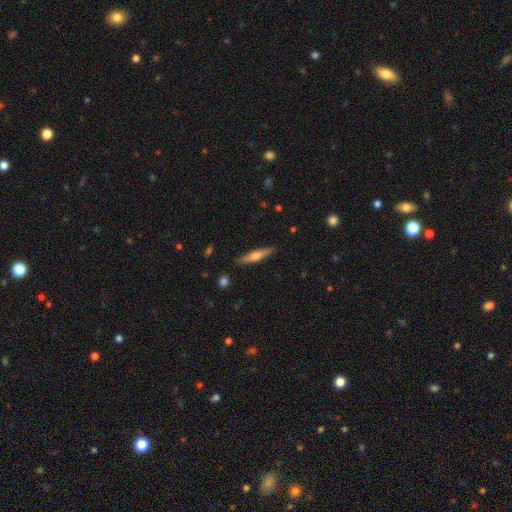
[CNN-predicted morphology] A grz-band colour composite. It shows a smooth galaxy with no disk features (50%). Merging: none (89%).